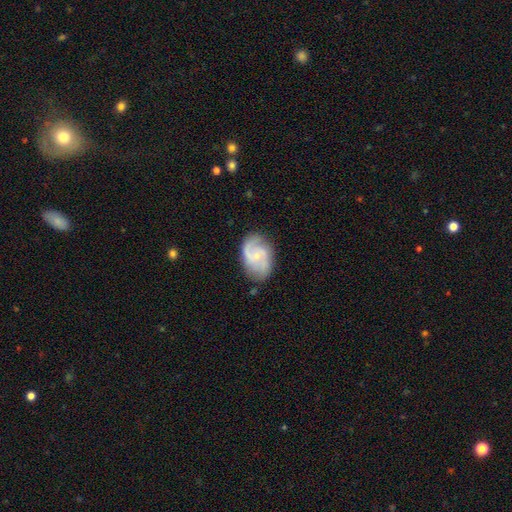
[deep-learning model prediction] This appears to be a featured or disk galaxy (77%) with no bar (54%), 2 (78%) medium (50%) spiral arms (94%) and a small central bulge (69%). Merging: none (75%).